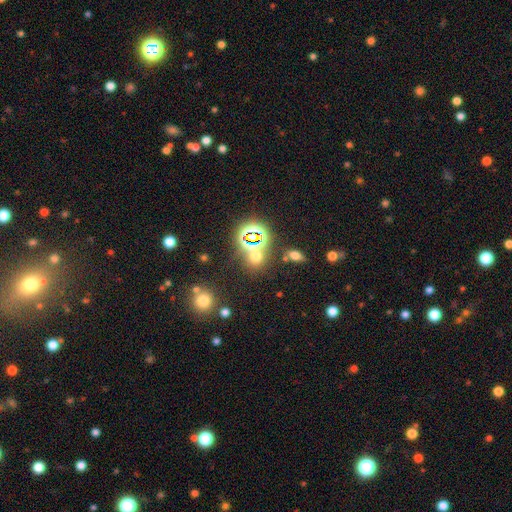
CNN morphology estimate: Smooth or featured: smooth — 47% (star or artifact — 45%)
Merging: none — 69% (merger — 17%)